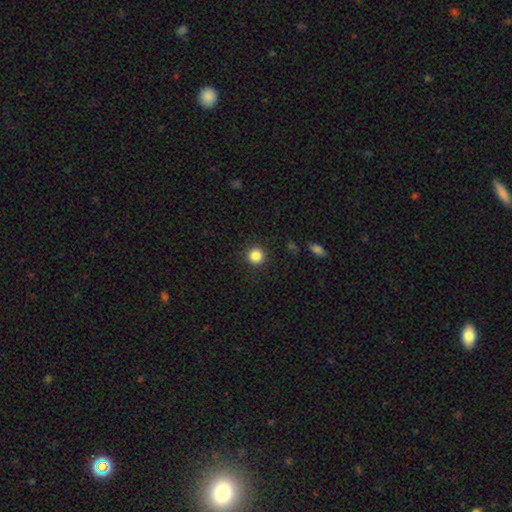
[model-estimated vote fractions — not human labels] This is clearly a smooth galaxy (85%). How rounded: clearly round (95%). Merging: clearly none (92%).